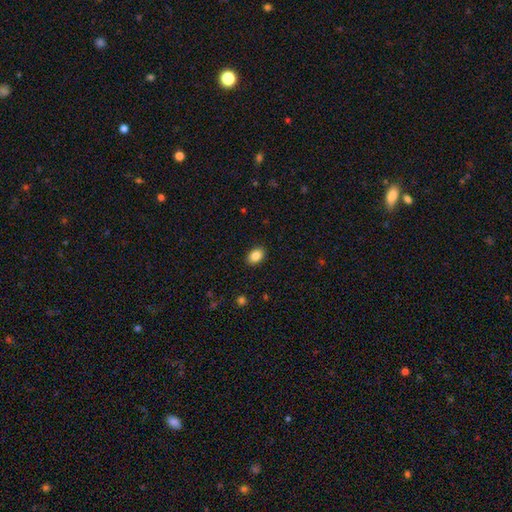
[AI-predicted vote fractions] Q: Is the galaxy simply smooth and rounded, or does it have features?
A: smooth — 87%.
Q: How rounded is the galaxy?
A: in between — 81%.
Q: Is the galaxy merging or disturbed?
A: none — 90%.